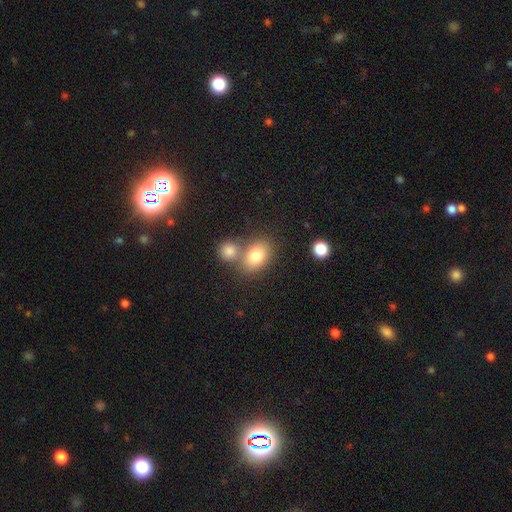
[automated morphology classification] Smooth or featured? smooth (80%)
How rounded? in between (71%)
Merging? none (48%)